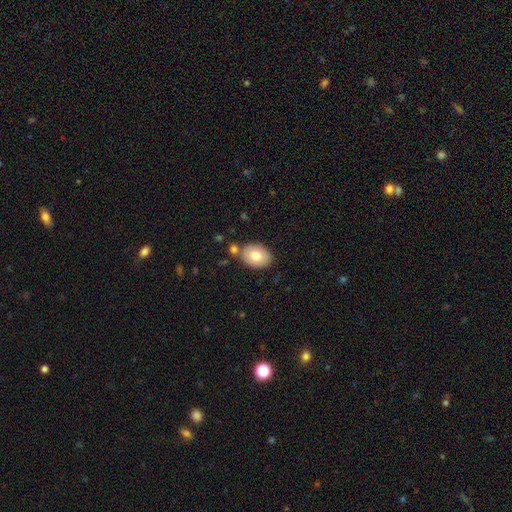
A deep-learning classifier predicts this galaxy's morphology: A smooth galaxy with no disk features (76%) that is in between round and cigar-shaped (76%).

Vote fractions:
- Smooth or featured? smooth: 76% / featured or disk: 17% / star or artifact: 7%
- How rounded? in between: 76% / round: 23% / cigar-shaped: 1%
- Merging? none: 74% / minor disturbance: 13% / merger: 10% / major disturbance: 3%